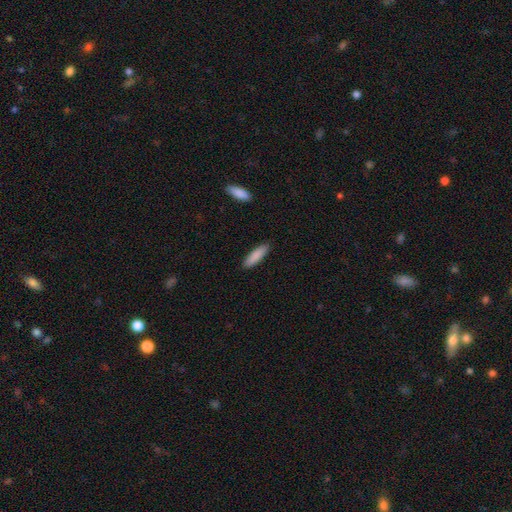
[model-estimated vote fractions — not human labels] A smooth galaxy with no disk features (87%) that is cigar-shaped (63%). Merging: none (89%).